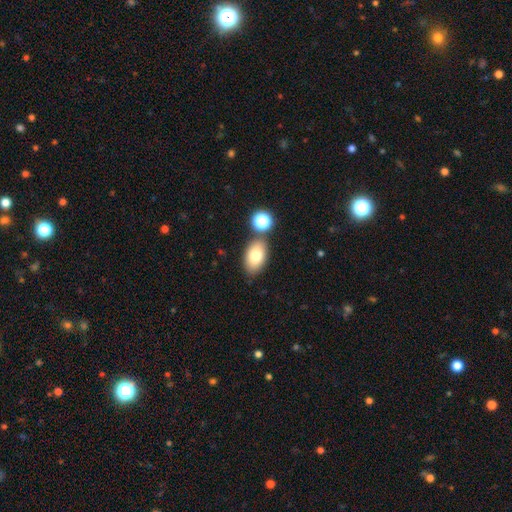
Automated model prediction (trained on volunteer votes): Overall: smooth (77%). How rounded: in between (89%). Merging: none (76%).